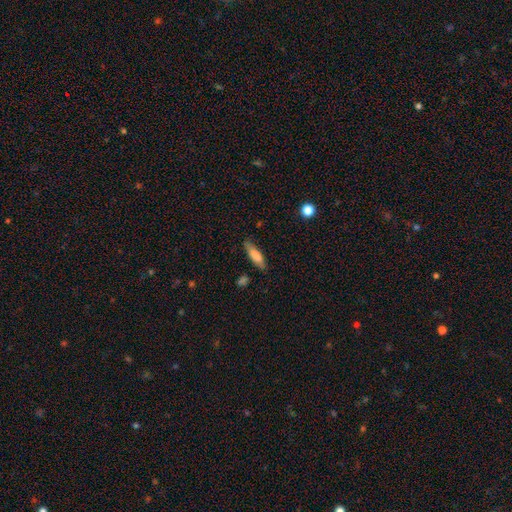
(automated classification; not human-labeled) Q: Smooth or featured?
A: smooth (78%); runner-up: featured or disk (16%)
Q: How rounded?
A: cigar-shaped (60%); runner-up: in between (38%)
Q: Merging?
A: none (77%); runner-up: minor disturbance (17%)